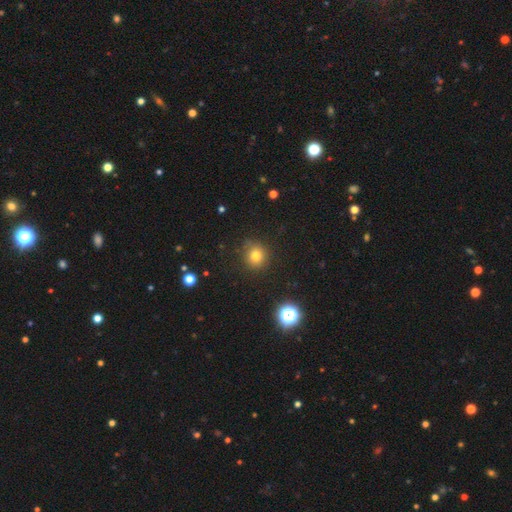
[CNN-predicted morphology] smooth-or-featured: smooth: 77% | star or artifact: 16% | featured or disk: 7%
  how-rounded: round: 88% | in between: 11% | cigar-shaped: 1%
  merging: none: 84% | minor disturbance: 12% | major disturbance: 3% | merger: 2%